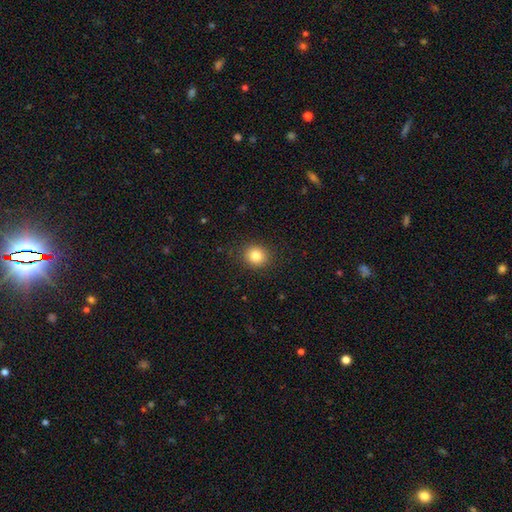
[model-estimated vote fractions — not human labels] Q: Smooth or featured?
A: smooth (83%); runner-up: star or artifact (11%)
Q: How rounded?
A: round (80%); runner-up: in between (19%)
Q: Merging?
A: none (90%); runner-up: minor disturbance (7%)